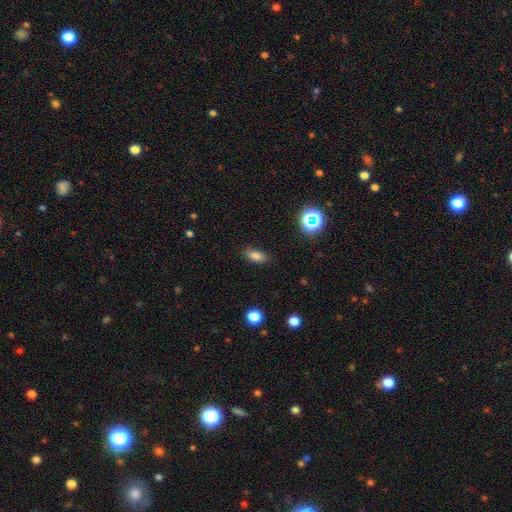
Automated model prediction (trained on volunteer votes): Smooth or featured? Predicted: smooth (p=0.80). How rounded? Predicted: in between (p=0.85). Merging? Predicted: none (p=0.84).